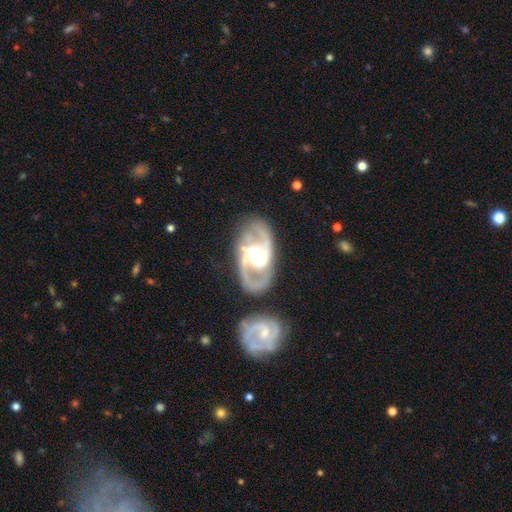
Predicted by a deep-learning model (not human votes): A featured or disk galaxy (91%) with a weak bar (44%), 2 (90%) medium (61%) spiral arms (98%) and a moderate central bulge (68%).

Vote fractions:
- Smooth or featured? featured or disk: 91% / smooth: 5% / star or artifact: 4%
- Edge-on disk? no: 97% / yes: 3%
- Bar? weak: 44% / no: 30% / strong: 26%
- Spiral arms? yes: 98% / no: 2%
- Spiral winding? medium: 61% / tight: 23% / loose: 15%
- Spiral arm count? 2: 90% / 3: 4% / can't tell: 2% / 1: 1% / 4: 1% / more than 4: 1%
- Bulge size? moderate: 68% / small: 15% / large: 14% / none: 1% / dominant: 1%
- Merging? none: 76% / minor disturbance: 13% / merger: 6% / major disturbance: 5%